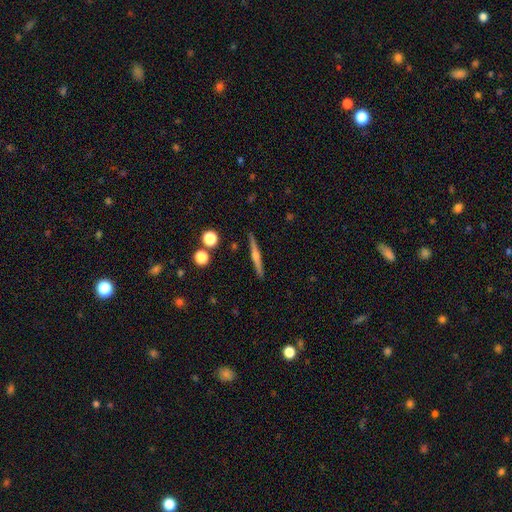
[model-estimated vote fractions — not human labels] featured or disk 66%, smooth 27%, star or artifact 7%. Down the decision tree: edge-on disk — yes (98%); edge-on bulge — rounded (86%); merging — none (90%).